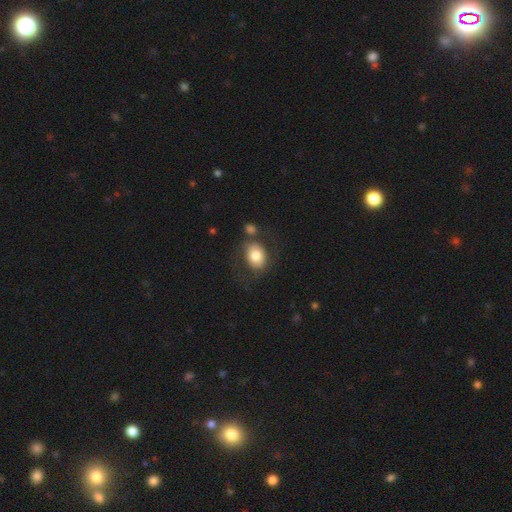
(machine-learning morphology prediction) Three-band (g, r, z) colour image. It shows a smooth galaxy with no disk features (77%) that is in between round and cigar-shaped (58%). Merging: none (59%).